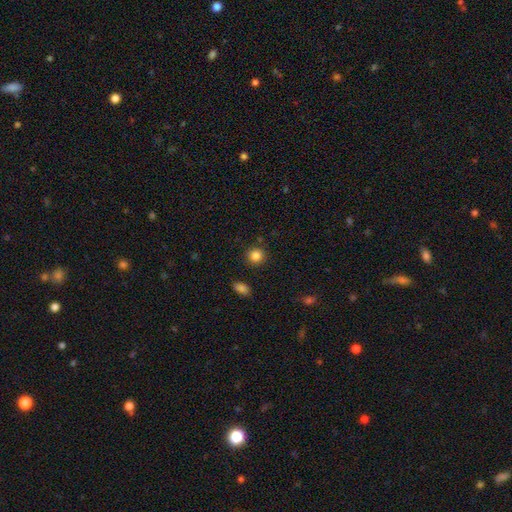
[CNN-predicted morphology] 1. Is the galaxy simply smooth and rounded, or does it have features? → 85% smooth, 10% star or artifact, 5% featured or disk.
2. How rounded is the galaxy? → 89% round, 10% in between, 1% cigar-shaped.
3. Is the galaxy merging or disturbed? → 88% none, 7% minor disturbance, 2% merger, 2% major disturbance.